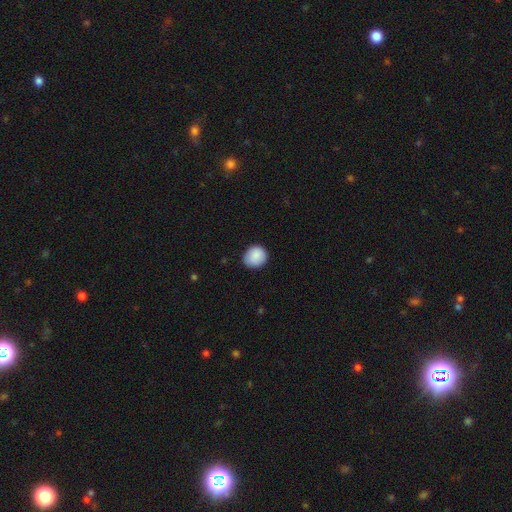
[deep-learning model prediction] Smooth or featured?
  - smooth: 89% *
  - star or artifact: 7%
  - featured or disk: 4%
How rounded?
  - round: 79% *
  - in between: 20%
  - cigar-shaped: 1%
Merging?
  - none: 84% *
  - minor disturbance: 13%
  - major disturbance: 2%
  - merger: 1%